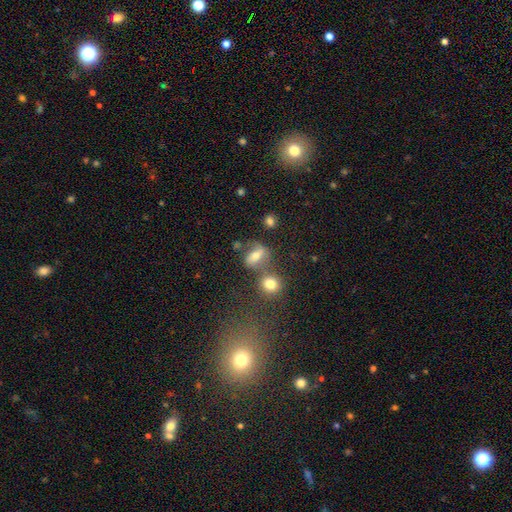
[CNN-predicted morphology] Smooth or featured: smooth — 52% (featured or disk — 34%)
How rounded: in between — 59% (round — 34%)
Merging: none — 53% (merger — 24%)